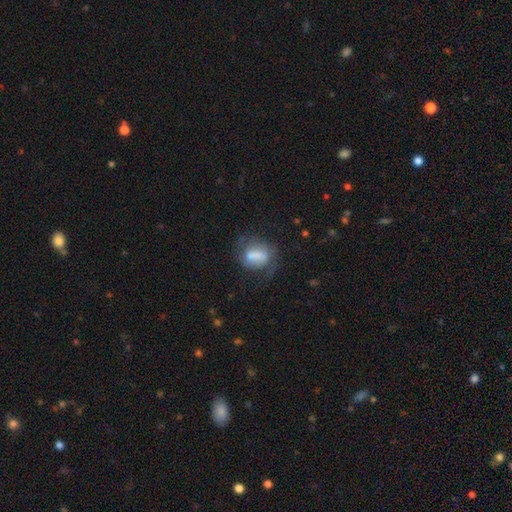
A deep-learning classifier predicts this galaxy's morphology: smooth-or-featured: smooth: 59% | featured or disk: 32% | star or artifact: 9%
  how-rounded: in between: 67% | round: 30% | cigar-shaped: 3%
  merging: none: 38% | major disturbance: 31% | minor disturbance: 27% | merger: 5%